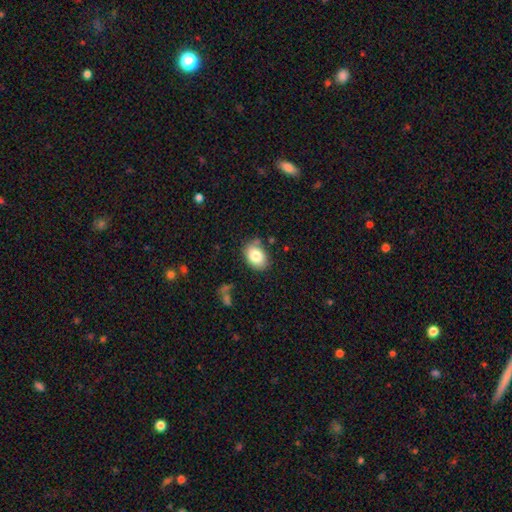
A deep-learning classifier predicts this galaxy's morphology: Smooth or featured?
  - smooth: 82% *
  - featured or disk: 10%
  - star or artifact: 8%
How rounded?
  - in between: 73% *
  - round: 26%
  - cigar-shaped: 1%
Merging?
  - none: 76% *
  - minor disturbance: 17%
  - merger: 4%
  - major disturbance: 4%